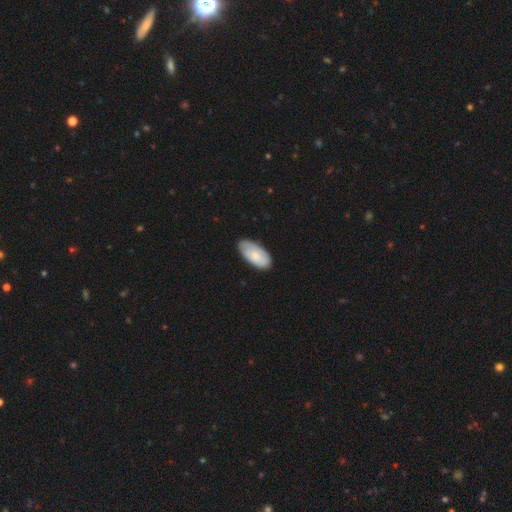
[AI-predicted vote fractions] This appears to be a smooth galaxy with no disk features (73%) that is in between round and cigar-shaped (94%). Merging: none (72%).